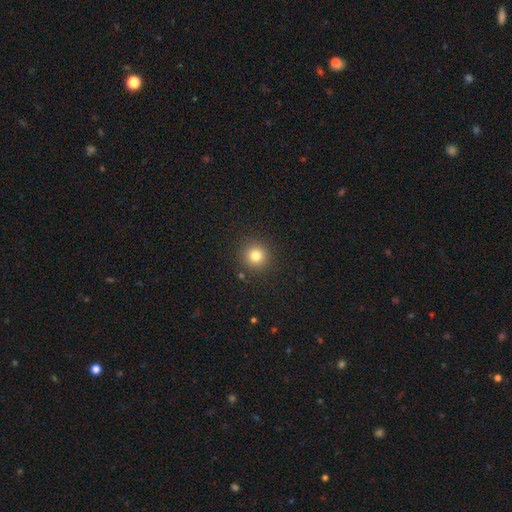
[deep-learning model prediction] This appears to be a smooth galaxy with no disk features (79%) that is round (94%). Merging: none (90%).